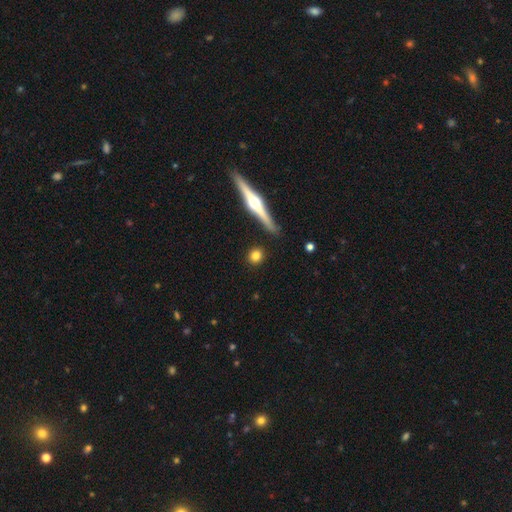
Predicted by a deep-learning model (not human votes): smooth-or-featured: smooth: 74% | featured or disk: 17% | star or artifact: 8%
  how-rounded: round: 86% | in between: 9% | cigar-shaped: 5%
  merging: none: 89% | minor disturbance: 6% | merger: 2% | major disturbance: 2%